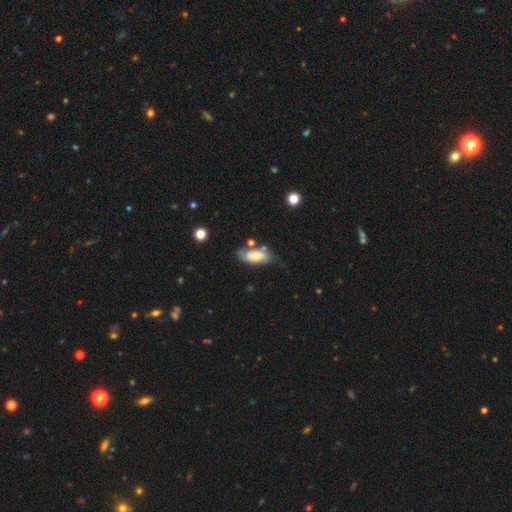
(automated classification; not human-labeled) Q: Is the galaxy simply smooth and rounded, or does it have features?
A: featured or disk — 47%.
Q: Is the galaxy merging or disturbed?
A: none — 51%.